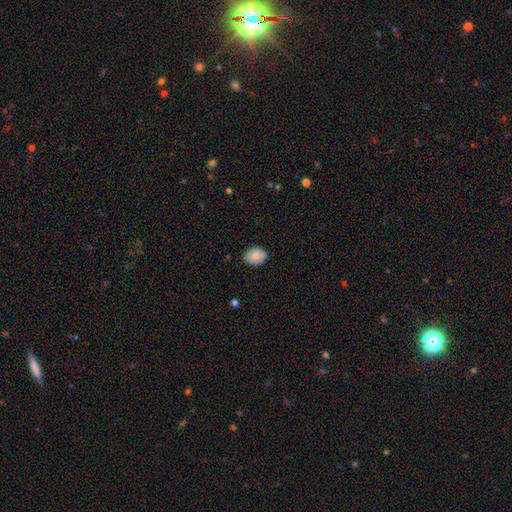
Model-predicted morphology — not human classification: Overall: smooth (82%). How rounded: in between (69%; round 30%). Merging: none (81%).